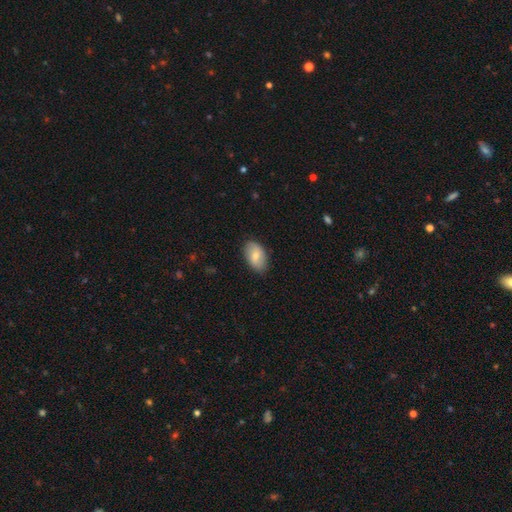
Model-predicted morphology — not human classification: smooth-or-featured: smooth: 74% | featured or disk: 20% | star or artifact: 6%
  how-rounded: in between: 92% | round: 6% | cigar-shaped: 1%
  merging: none: 84% | minor disturbance: 12% | major disturbance: 2% | merger: 1%